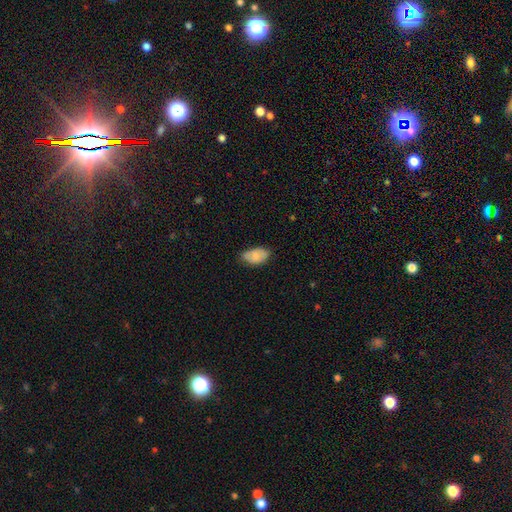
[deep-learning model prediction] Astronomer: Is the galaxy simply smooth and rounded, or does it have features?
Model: smooth — 79%.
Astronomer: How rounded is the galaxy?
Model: in between — 93%.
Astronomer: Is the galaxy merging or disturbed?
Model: none — 66%.